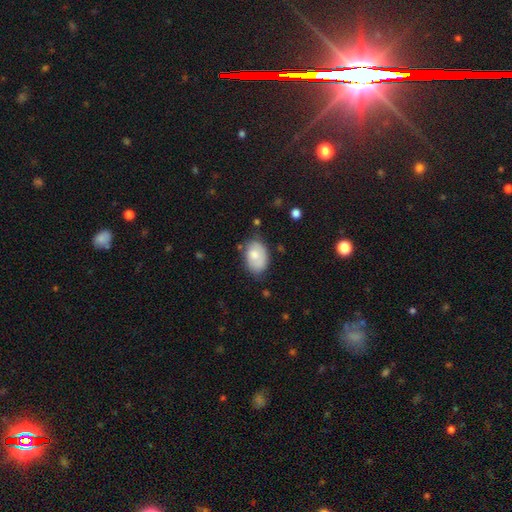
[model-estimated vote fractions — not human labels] A smooth galaxy with no disk features (75%) that is in between round and cigar-shaped (87%). Merging: none (62%).